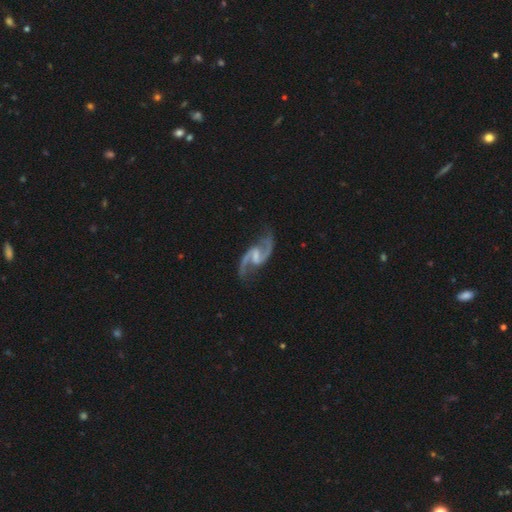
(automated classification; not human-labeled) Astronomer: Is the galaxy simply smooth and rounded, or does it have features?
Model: featured or disk — 93%.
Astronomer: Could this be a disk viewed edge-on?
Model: no — 98%.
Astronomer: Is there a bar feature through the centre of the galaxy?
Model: weak — 55%.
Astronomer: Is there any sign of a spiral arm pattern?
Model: yes — 98%.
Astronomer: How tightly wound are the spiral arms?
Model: loose — 53% (runner-up: medium, 40%).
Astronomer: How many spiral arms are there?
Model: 2 — 95%.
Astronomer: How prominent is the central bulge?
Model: none — 37% (runner-up: small, 36%).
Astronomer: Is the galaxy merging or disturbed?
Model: none — 80%.